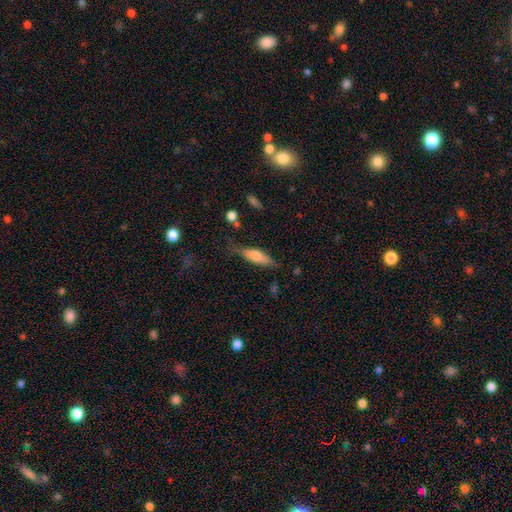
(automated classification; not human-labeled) A smooth galaxy with no disk features (62%) that is cigar-shaped (53%).

Vote fractions:
- Smooth or featured? smooth: 62% / featured or disk: 31% / star or artifact: 7%
- How rounded? cigar-shaped: 53% / in between: 45% / round: 2%
- Merging? none: 65% / minor disturbance: 25% / major disturbance: 8% / merger: 3%